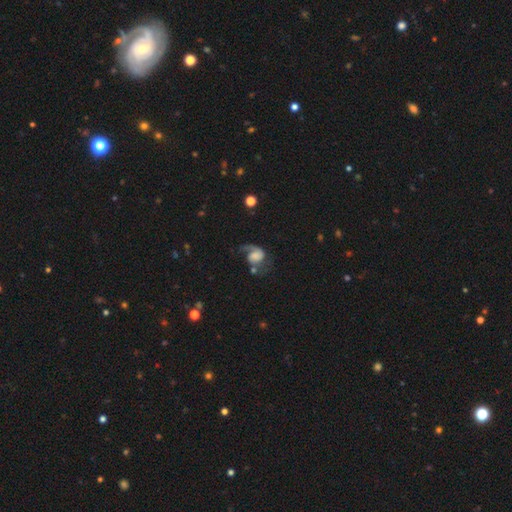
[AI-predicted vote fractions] Q: Smooth or featured?
A: featured or disk (67%); runner-up: smooth (25%)
Q: Edge-on disk?
A: no (98%); runner-up: yes (2%)
Q: Bar?
A: no (63%); runner-up: weak (30%)
Q: Spiral arms?
A: yes (90%); runner-up: no (10%)
Q: Spiral winding?
A: loose (49%); runner-up: medium (38%)
Q: Spiral arm count?
A: 2 (49%); runner-up: 1 (45%)
Q: Bulge size?
A: none (30%); runner-up: small (23%)
Q: Merging?
A: none (39%); runner-up: major disturbance (33%)